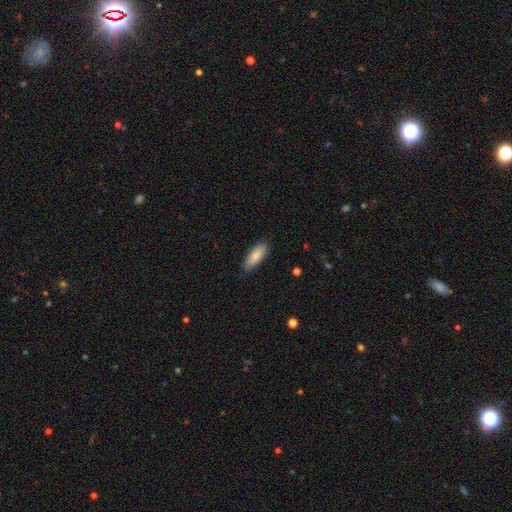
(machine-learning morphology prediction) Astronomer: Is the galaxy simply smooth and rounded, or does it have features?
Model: smooth — 83%.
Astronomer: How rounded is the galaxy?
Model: in between — 69%.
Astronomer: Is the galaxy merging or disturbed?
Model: none — 86%.